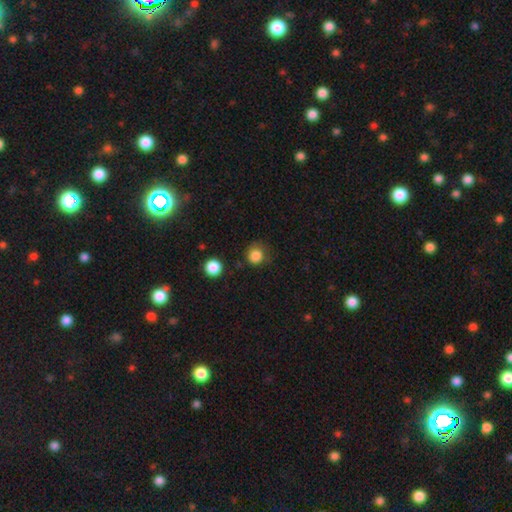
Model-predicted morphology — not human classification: Smooth or featured? Predicted: smooth (p=0.84). How rounded? Predicted: round (p=0.87). Merging? Predicted: none (p=0.70).